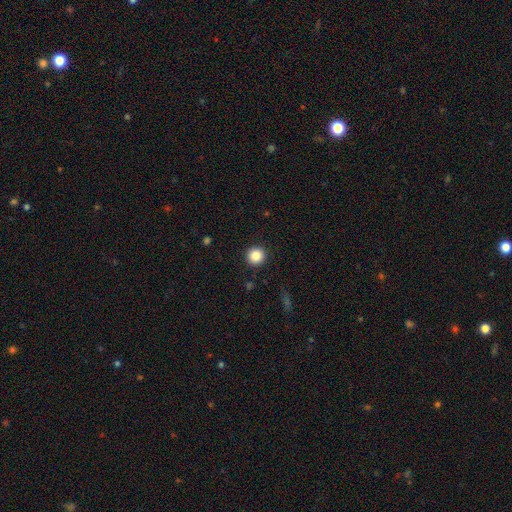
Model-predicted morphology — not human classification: A smooth galaxy with no disk features (86%) that is round (95%). Merging: none (92%).